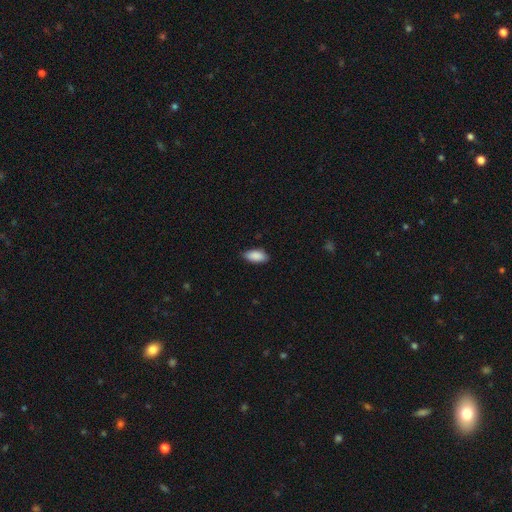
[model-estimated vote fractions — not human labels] Overall: smooth (89%). How rounded: in between (92%). Merging: none (81%).